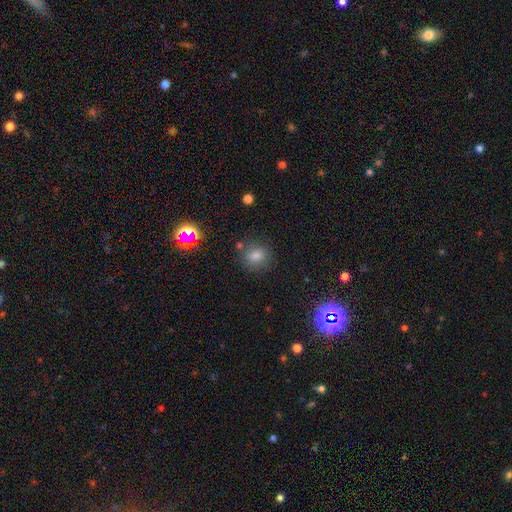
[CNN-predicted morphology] A smooth galaxy with no disk features (72%) that is round (74%).

Vote fractions:
- Smooth or featured? smooth: 72% / star or artifact: 20% / featured or disk: 8%
- How rounded? round: 74% / in between: 25% / cigar-shaped: 1%
- Merging? none: 82% / minor disturbance: 10% / merger: 5% / major disturbance: 3%